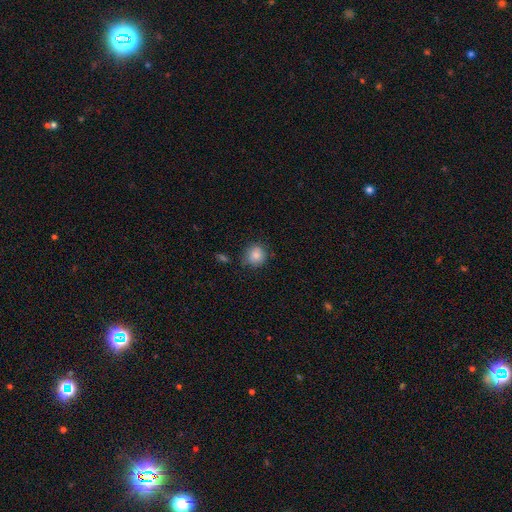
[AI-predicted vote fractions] Smooth or featured?
  - smooth: 83% *
  - star or artifact: 9%
  - featured or disk: 7%
How rounded?
  - round: 89% *
  - in between: 10%
  - cigar-shaped: 1%
Merging?
  - none: 76% *
  - minor disturbance: 18%
  - major disturbance: 4%
  - merger: 2%